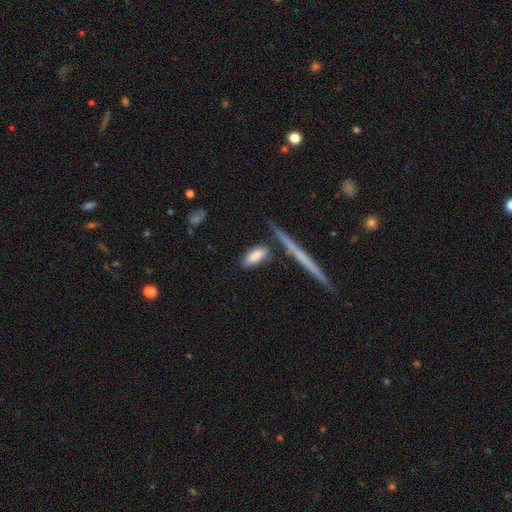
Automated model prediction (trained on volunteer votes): This appears to be a smooth galaxy with no disk features (82%) that is in between round and cigar-shaped (76%). Merging: none (66%).